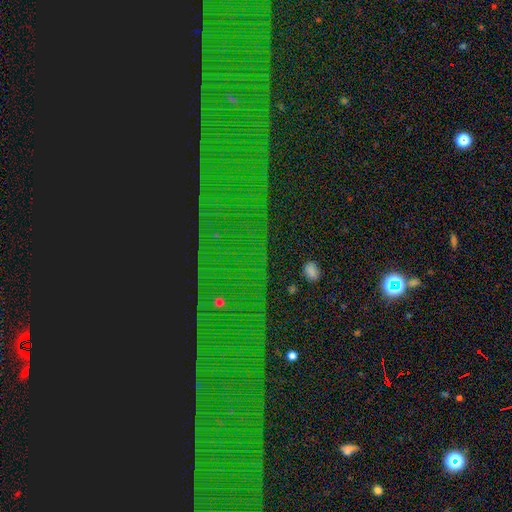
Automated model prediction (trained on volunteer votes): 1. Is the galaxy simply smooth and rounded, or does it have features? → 83% star or artifact, 8% featured or disk, 8% smooth.